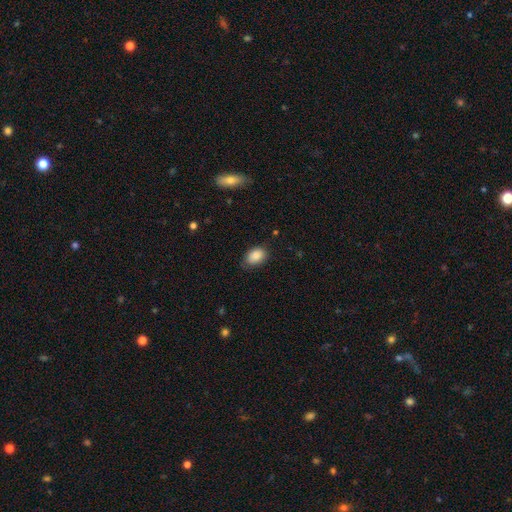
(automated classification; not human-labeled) The model was most divided on "merging": none: 74%, minor disturbance: 21%, major disturbance: 4%, merger: 1%. More confident: smooth or featured — smooth (87%); how rounded — in between (84%).